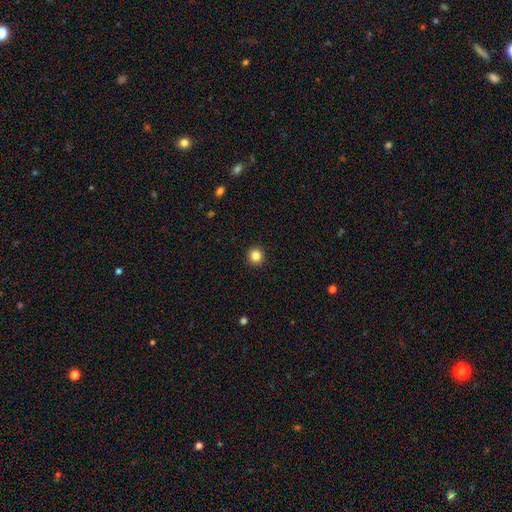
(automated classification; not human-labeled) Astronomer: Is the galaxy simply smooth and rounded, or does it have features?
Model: smooth — 85%.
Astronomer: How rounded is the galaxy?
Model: round — 95%.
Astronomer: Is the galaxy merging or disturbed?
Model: none — 93%.